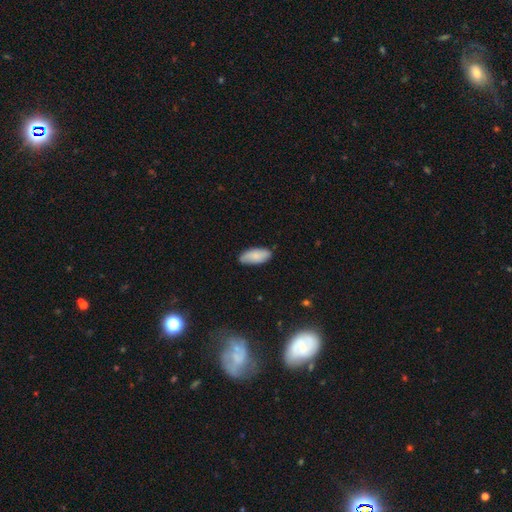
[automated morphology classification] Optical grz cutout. It shows a smooth galaxy with no disk features (83%) that is in between round and cigar-shaped (88%). Merging: none (81%).